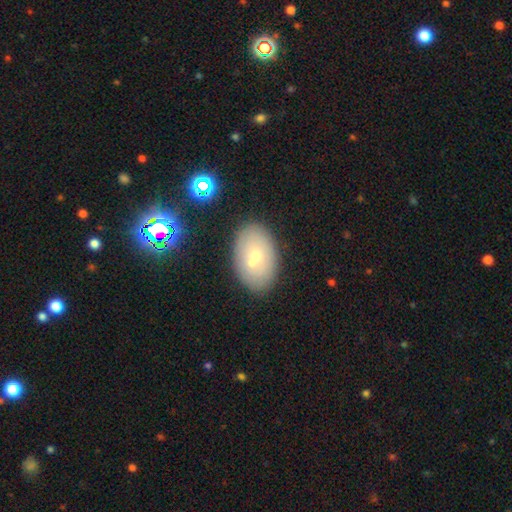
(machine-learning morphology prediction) A smooth galaxy with no disk features (62%) that is in between round and cigar-shaped (90%).

Vote fractions:
- Smooth or featured? smooth: 62% / featured or disk: 26% / star or artifact: 11%
- How rounded? in between: 90% / round: 8% / cigar-shaped: 1%
- Merging? none: 74% / minor disturbance: 12% / merger: 11% / major disturbance: 3%